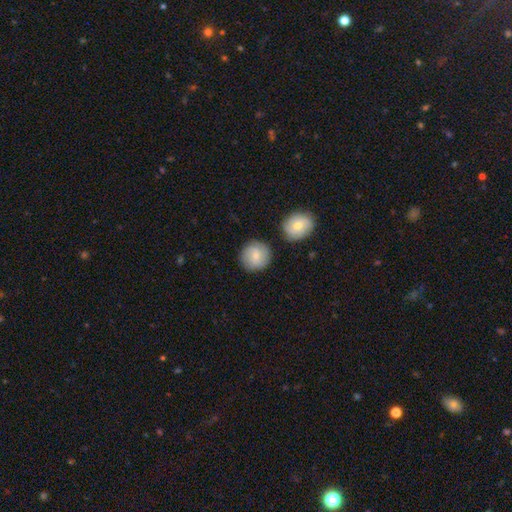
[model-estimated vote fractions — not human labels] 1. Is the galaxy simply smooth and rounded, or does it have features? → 72% smooth, 21% featured or disk, 7% star or artifact.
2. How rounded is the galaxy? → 92% round, 7% in between, 1% cigar-shaped.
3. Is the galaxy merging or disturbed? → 79% none, 10% minor disturbance, 7% merger, 3% major disturbance.